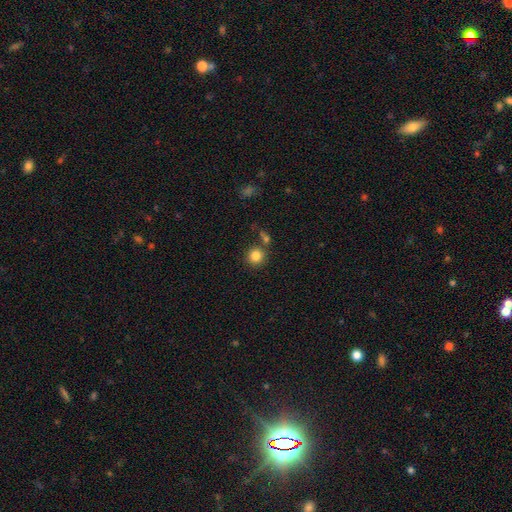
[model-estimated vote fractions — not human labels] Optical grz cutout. It shows a smooth galaxy with no disk features (84%) that is round (90%). Merging: none (74%).